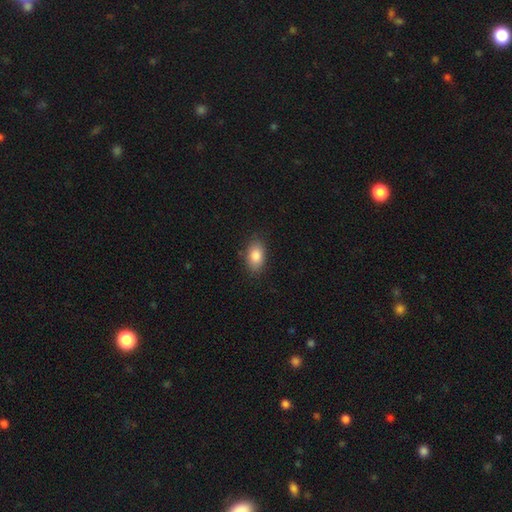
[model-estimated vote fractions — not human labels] The model was most divided on "merging": none: 84%, minor disturbance: 12%, major disturbance: 3%, merger: 1%. More confident: how rounded — in between (89%); smooth or featured — smooth (86%).